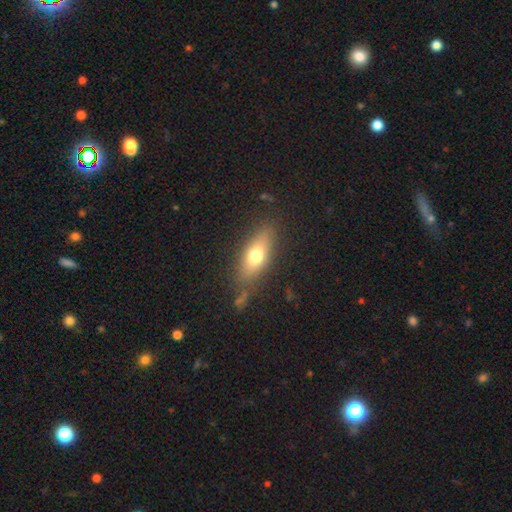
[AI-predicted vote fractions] smooth 68%, featured or disk 23%, star or artifact 8%. Down the decision tree: how rounded — in between (69%); merging — none (76%).